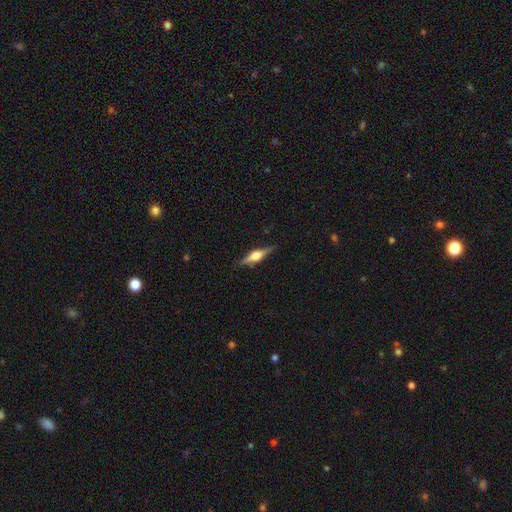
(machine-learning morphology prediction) type=featured or disk (75%); edge-on=yes (98%); edge-on bulge=rounded (91%); merging=none (88%).